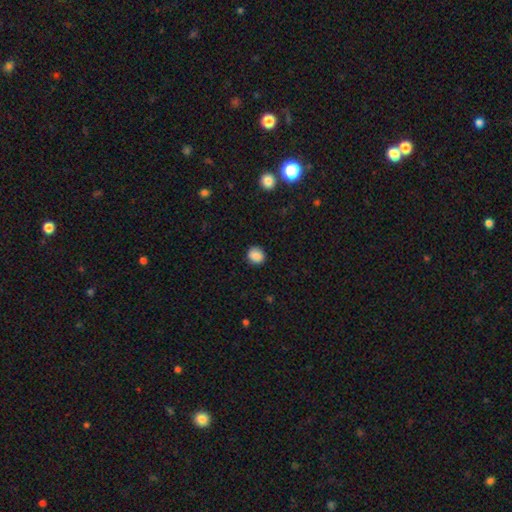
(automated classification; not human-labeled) This appears to be a smooth galaxy with no disk features (87%) that is round (78%). Merging: none (87%).